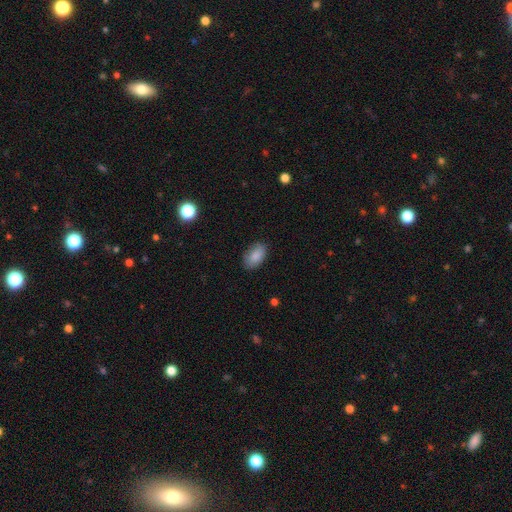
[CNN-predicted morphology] Smooth or featured: smooth — 86% (star or artifact — 7%)
How rounded: in between — 92% (round — 7%)
Merging: none — 83% (minor disturbance — 13%)